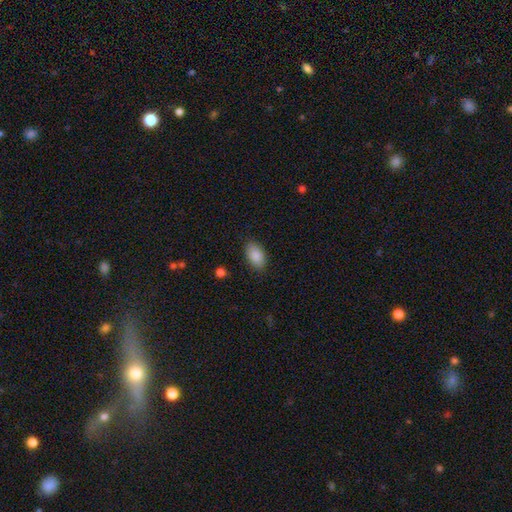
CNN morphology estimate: smooth-or-featured: smooth: 89% | star or artifact: 7% | featured or disk: 4%
  how-rounded: in between: 93% | round: 5% | cigar-shaped: 2%
  merging: none: 86% | minor disturbance: 11% | major disturbance: 3% | merger: 1%